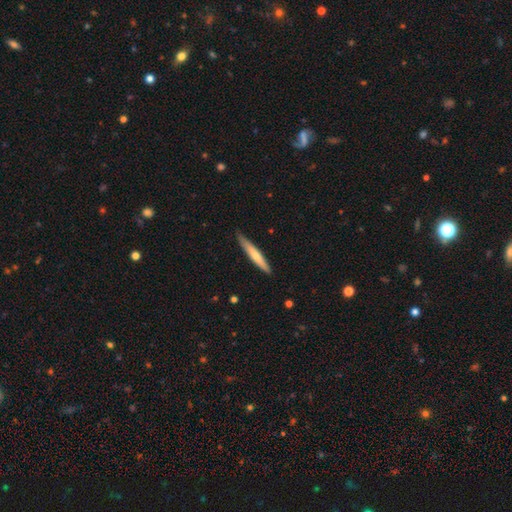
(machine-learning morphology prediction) smooth-or-featured: smooth: 59% | featured or disk: 36% | star or artifact: 5%
  how-rounded: cigar-shaped: 95% | in between: 4% | round: 1%
  merging: none: 85% | minor disturbance: 12% | major disturbance: 2% | merger: 1%